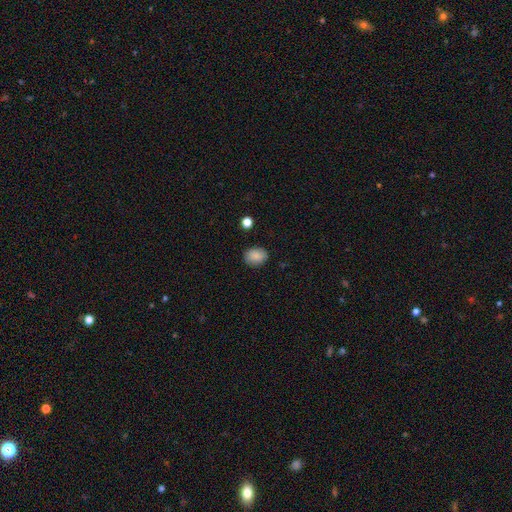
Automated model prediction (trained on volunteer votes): smooth 87%, star or artifact 8%, featured or disk 5%. Down the decision tree: how rounded — in between (64%); merging — none (84%).